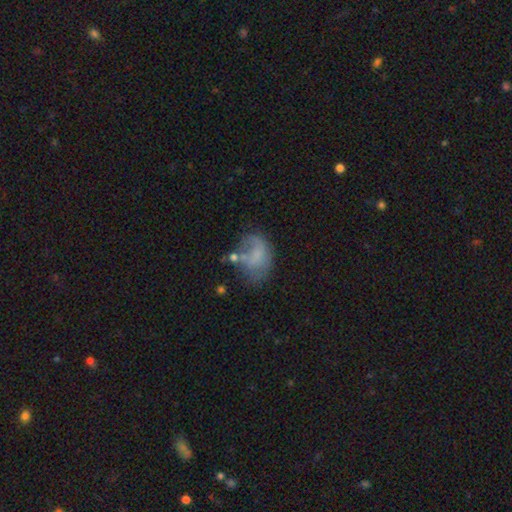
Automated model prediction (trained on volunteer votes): This appears to be a smooth galaxy with no disk features (52%) that is in between round and cigar-shaped (71%). Merging: none (32%).